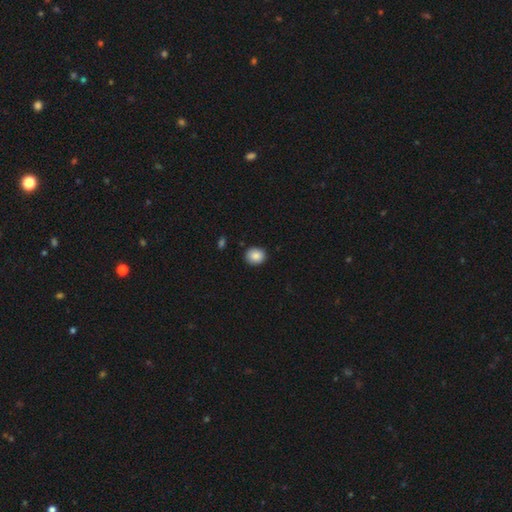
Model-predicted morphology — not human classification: Overall: smooth (87%). How rounded: round (74%). Merging: none (90%).